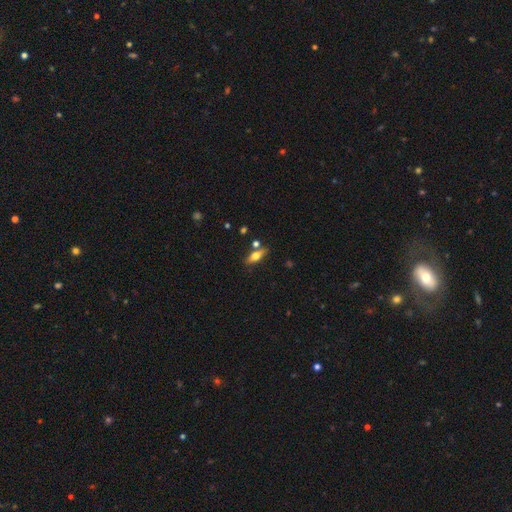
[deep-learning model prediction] A smooth galaxy with no disk features (60%) that is in between round and cigar-shaped (66%). Merging: none (72%).